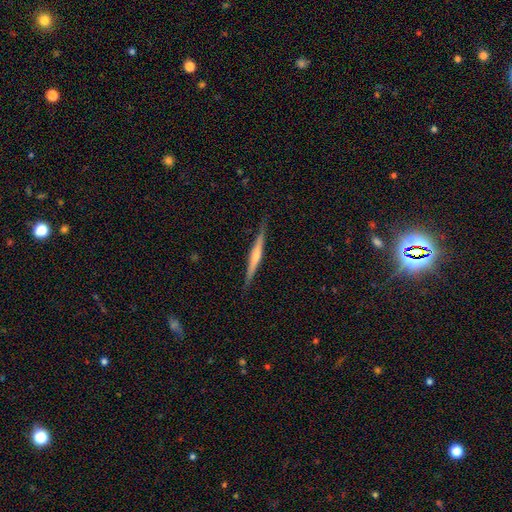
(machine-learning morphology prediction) Smooth or featured: featured or disk — 66% (smooth — 28%)
Edge-on disk: yes — 98% (no — 2%)
Edge-on bulge: rounded — 64% (none — 26%)
Merging: none — 87% (minor disturbance — 10%)